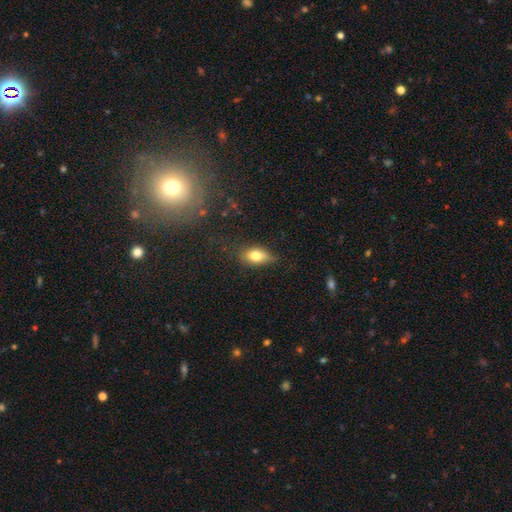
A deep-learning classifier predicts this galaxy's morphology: smooth_or_featured: smooth (p=0.75) [alt: featured or disk p=0.15]
how_rounded: in between (p=0.84) [alt: round p=0.10]
merging: none (p=0.66) [alt: minor disturbance p=0.25]